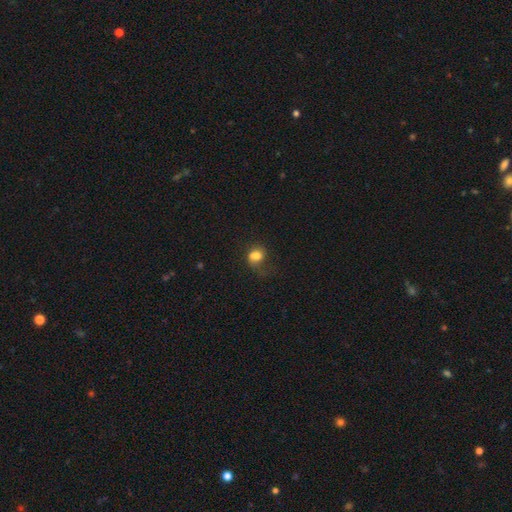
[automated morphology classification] Smooth or featured? Predicted: smooth (p=0.74). How rounded? Predicted: in between (p=0.54). Merging? Predicted: none (p=0.37).